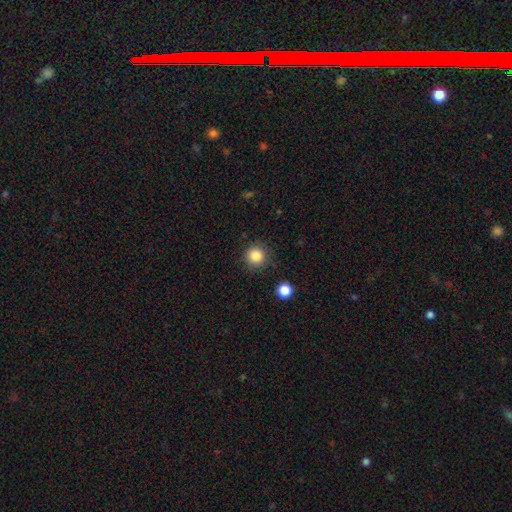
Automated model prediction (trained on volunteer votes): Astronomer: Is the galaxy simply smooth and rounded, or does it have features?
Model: smooth — 85%.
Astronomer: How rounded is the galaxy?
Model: round — 94%.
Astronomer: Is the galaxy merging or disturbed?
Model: none — 87%.